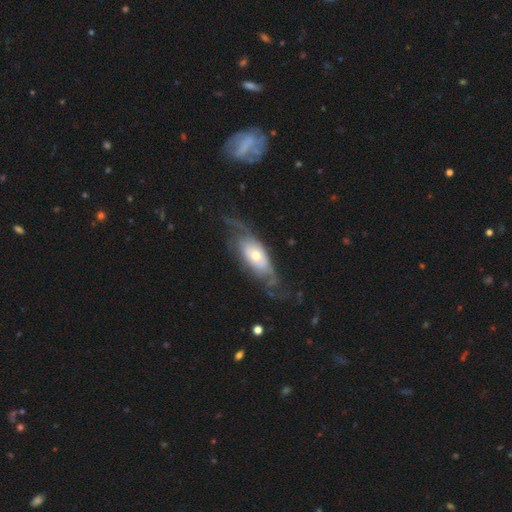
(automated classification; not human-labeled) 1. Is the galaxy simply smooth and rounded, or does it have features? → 70% featured or disk, 25% smooth, 5% star or artifact.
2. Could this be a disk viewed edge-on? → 86% no, 14% yes.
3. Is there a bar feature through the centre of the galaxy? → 79% no, 16% weak, 5% strong.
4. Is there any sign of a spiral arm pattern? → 74% yes, 26% no.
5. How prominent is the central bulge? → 59% moderate, 30% small, 9% large, 2% dominant, 1% none.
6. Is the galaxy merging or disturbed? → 49% none, 27% major disturbance, 22% minor disturbance, 2% merger.